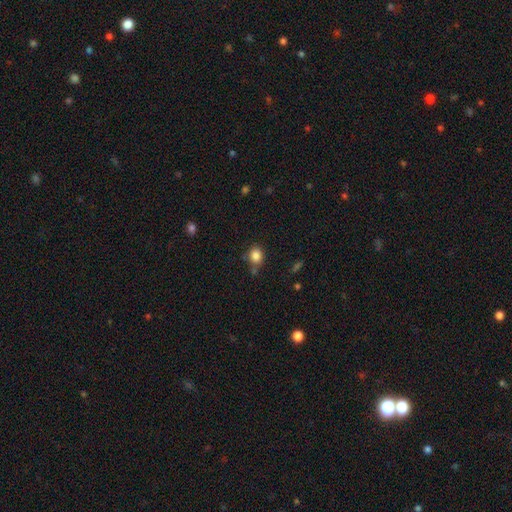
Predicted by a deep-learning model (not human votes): Smooth or featured: smooth — 84% (star or artifact — 11%)
How rounded: round — 67% (in between — 32%)
Merging: none — 71% (minor disturbance — 16%)